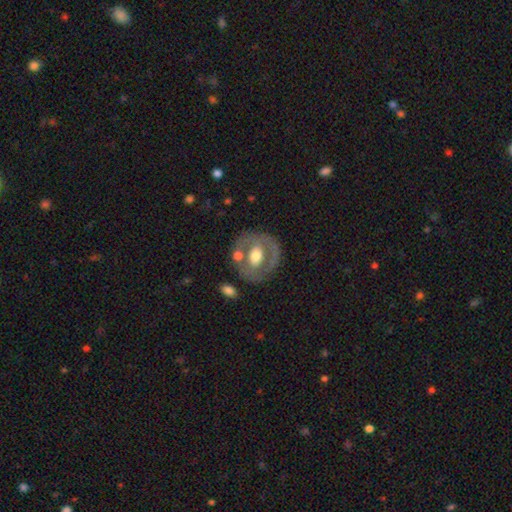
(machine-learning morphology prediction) Overall: featured or disk (57%; smooth 37%). Edge-on disk: no (94%). Bar: no (64%). Spiral arms: no (80%). Bulge size: moderate (62%; large 27%). Merging: none (67%).